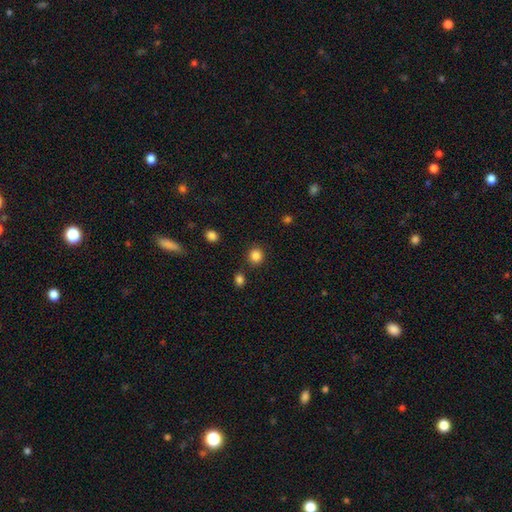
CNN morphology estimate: smooth-or-featured: smooth: 85% | star or artifact: 11% | featured or disk: 4%
  how-rounded: round: 86% | in between: 13% | cigar-shaped: 1%
  merging: none: 86% | minor disturbance: 7% | merger: 4% | major disturbance: 3%